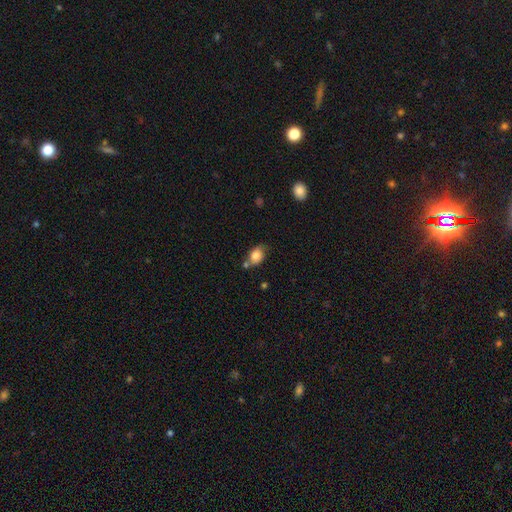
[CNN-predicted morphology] Smooth or featured? Predicted: smooth (p=0.82). How rounded? Predicted: in between (p=0.71). Merging? Predicted: none (p=0.50).